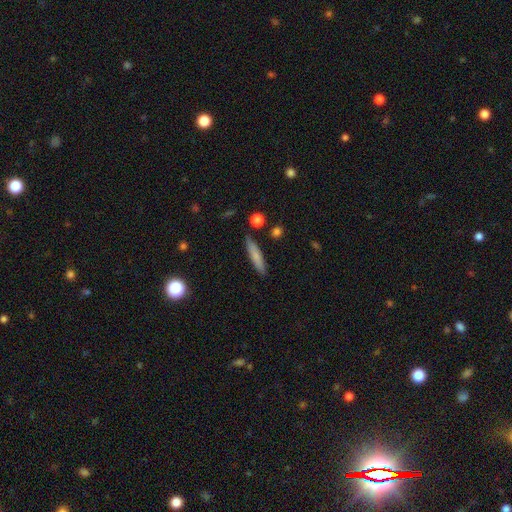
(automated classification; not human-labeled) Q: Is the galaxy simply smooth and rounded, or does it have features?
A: smooth — 75%.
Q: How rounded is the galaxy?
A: cigar-shaped — 88%.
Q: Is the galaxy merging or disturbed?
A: none — 86%.